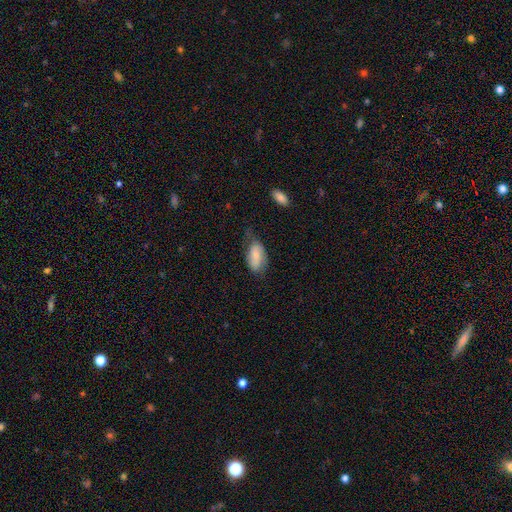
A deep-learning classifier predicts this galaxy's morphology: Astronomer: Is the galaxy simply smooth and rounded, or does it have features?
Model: smooth — 72%.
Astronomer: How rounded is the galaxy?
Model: in between — 92%.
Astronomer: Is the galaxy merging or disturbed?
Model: none — 45% (runner-up: minor disturbance, 37%).